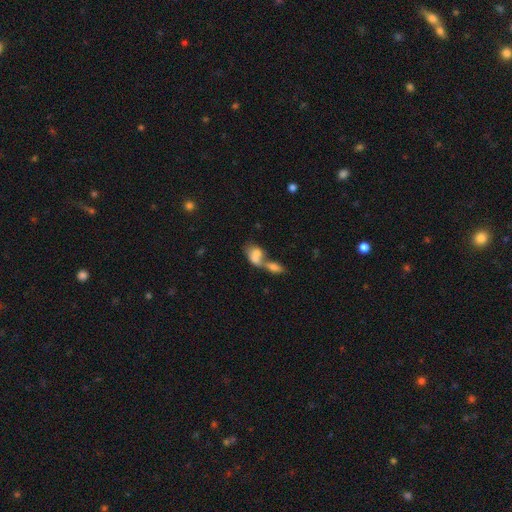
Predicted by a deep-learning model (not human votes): Morphology: type=smooth (68%); roundness=in between (79%); merging=merger (74%).